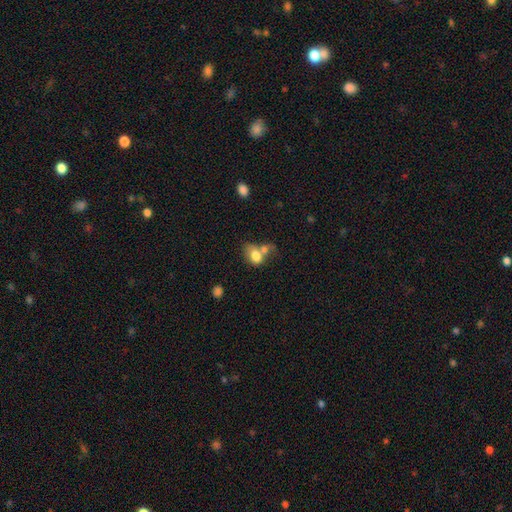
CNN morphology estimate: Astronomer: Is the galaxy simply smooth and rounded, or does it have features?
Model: smooth — 77%.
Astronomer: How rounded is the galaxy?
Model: in between — 69%.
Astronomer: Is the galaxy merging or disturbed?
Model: merger — 56%.